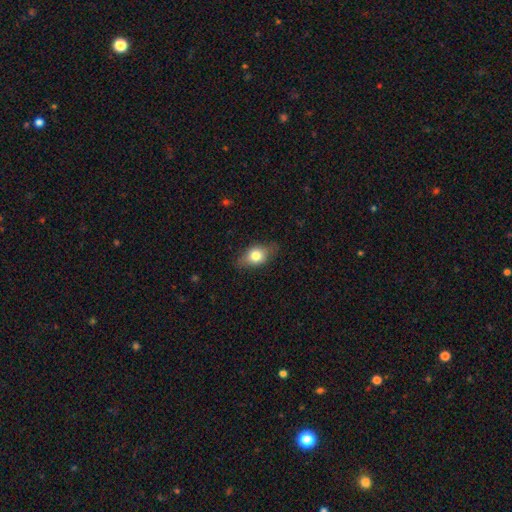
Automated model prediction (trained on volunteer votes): The model was most divided on "smooth or featured": smooth: 73%, featured or disk: 19%, star or artifact: 8%. More confident: how rounded — in between (76%); merging — none (75%).